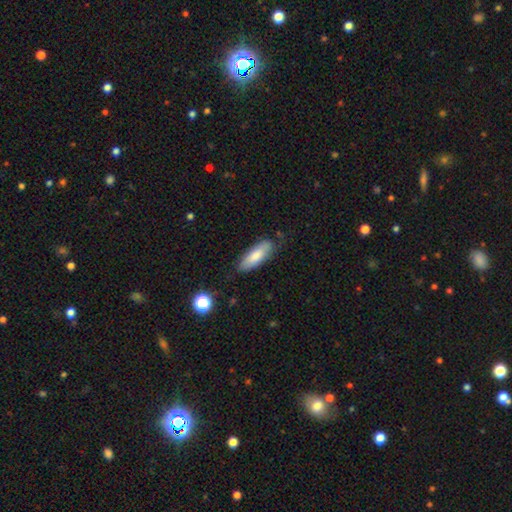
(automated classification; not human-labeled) A smooth galaxy with no disk features (77%) that is in between round and cigar-shaped (67%).

Vote fractions:
- Smooth or featured? smooth: 77% / featured or disk: 16% / star or artifact: 6%
- How rounded? in between: 67% / cigar-shaped: 32% / round: 2%
- Merging? none: 76% / minor disturbance: 18% / major disturbance: 4% / merger: 2%